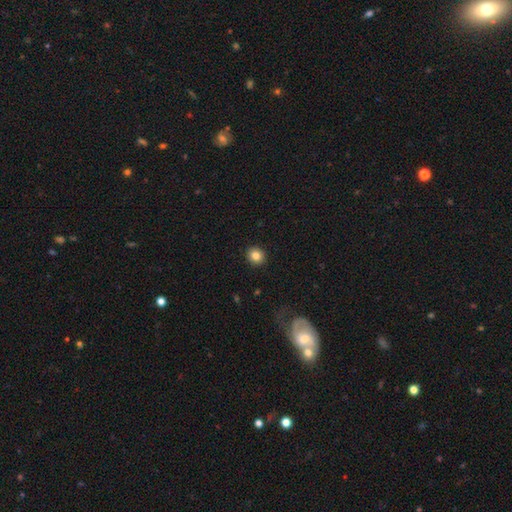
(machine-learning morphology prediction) This is clearly a smooth galaxy (83%). How rounded: clearly round (87%). Merging: clearly none (92%).